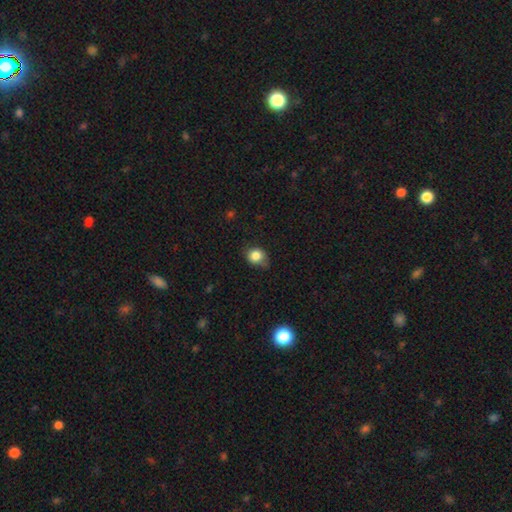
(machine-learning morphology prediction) Smooth or featured? Predicted: smooth (p=0.84). How rounded? Predicted: round (p=0.69). Merging? Predicted: none (p=0.62).